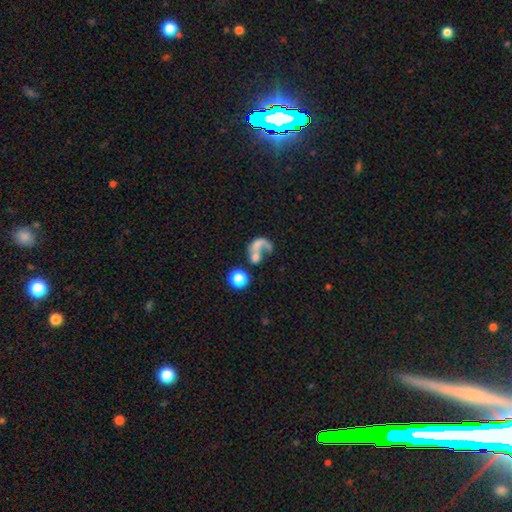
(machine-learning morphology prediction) Q: Smooth or featured?
A: featured or disk (46%); runner-up: smooth (40%)
Q: Merging?
A: merger (36%); runner-up: major disturbance (32%)